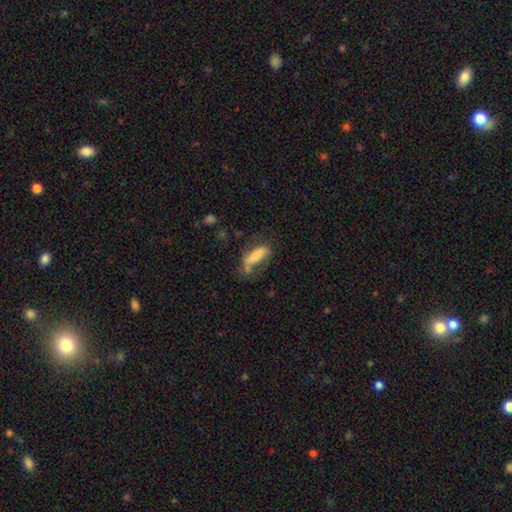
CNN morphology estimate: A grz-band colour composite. It shows a smooth galaxy with no disk features (68%) that is in between round and cigar-shaped (51%). Merging: none (48%).